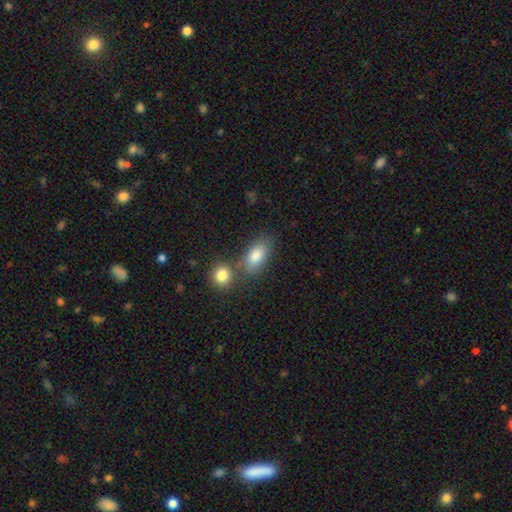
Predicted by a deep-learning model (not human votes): A smooth galaxy with no disk features (83%) that is in between round and cigar-shaped (87%). Merging: none (58%).